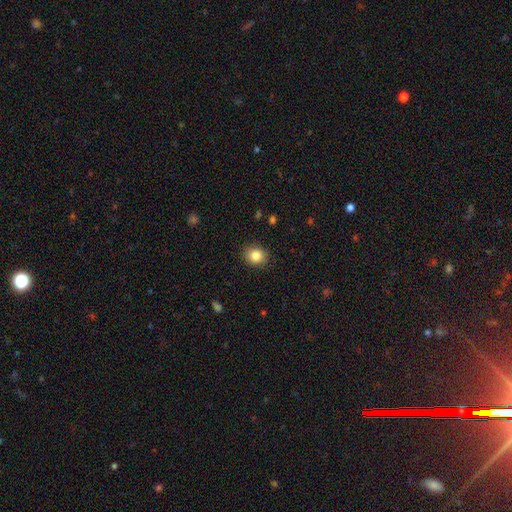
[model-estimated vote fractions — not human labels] A smooth galaxy with no disk features (85%) that is round (68%).

Vote fractions:
- Smooth or featured? smooth: 85% / star or artifact: 10% / featured or disk: 6%
- How rounded? round: 68% / in between: 31% / cigar-shaped: 1%
- Merging? none: 88% / minor disturbance: 9% / major disturbance: 2% / merger: 1%